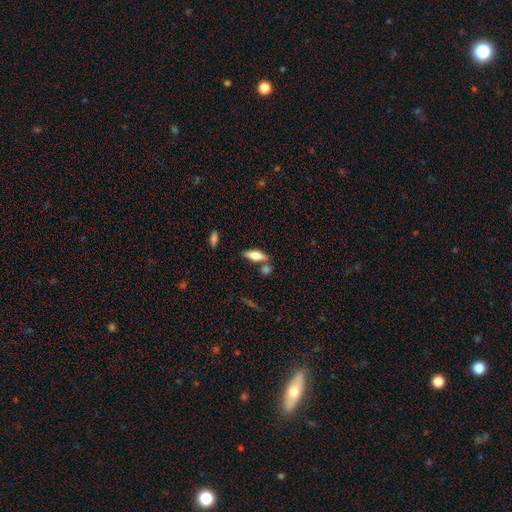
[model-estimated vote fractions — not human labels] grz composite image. It shows a smooth galaxy with no disk features (63%) that is in between round and cigar-shaped (65%). Merging: none (69%).